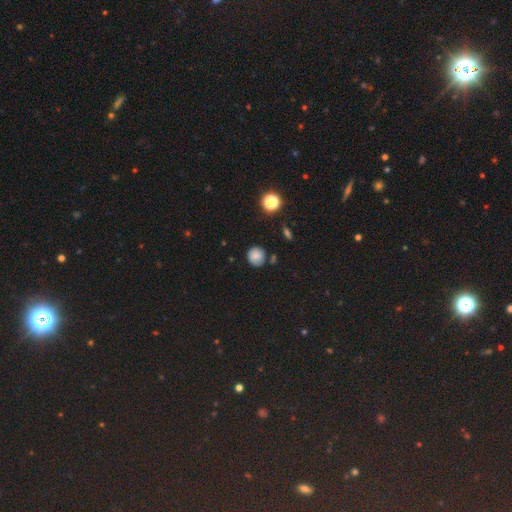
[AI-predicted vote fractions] This is clearly a smooth galaxy (81%). How rounded: clearly round (89%). Merging: likely none (79%).